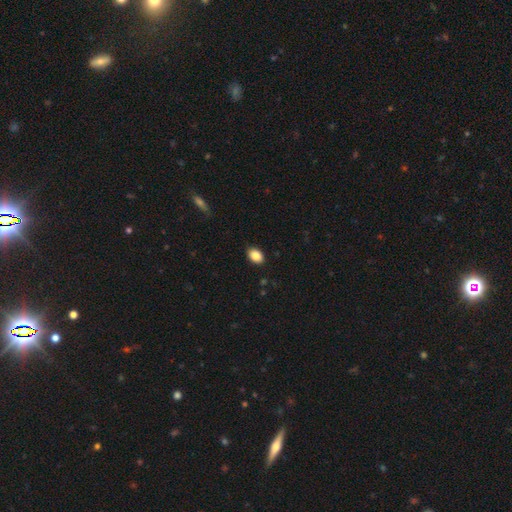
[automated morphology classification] This is clearly a smooth galaxy (87%). How rounded: clearly in between (81%). Merging: clearly none (89%).